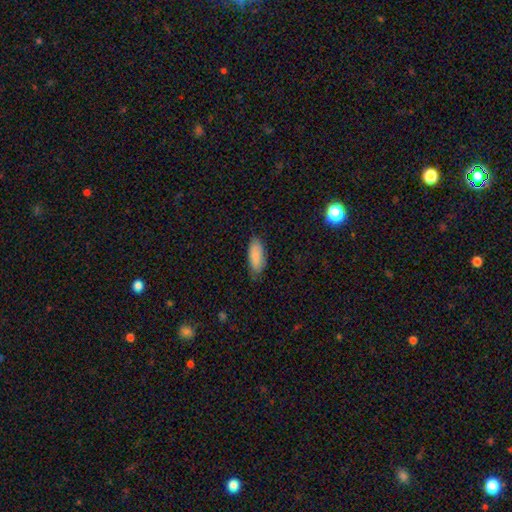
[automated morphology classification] Overall: smooth (86%). How rounded: in between (84%). Merging: none (74%).